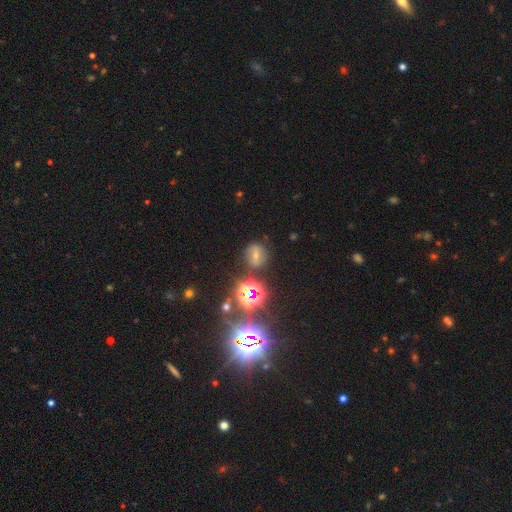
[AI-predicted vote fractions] Overall: smooth (38%; featured or disk 32%). Merging: none (76%).